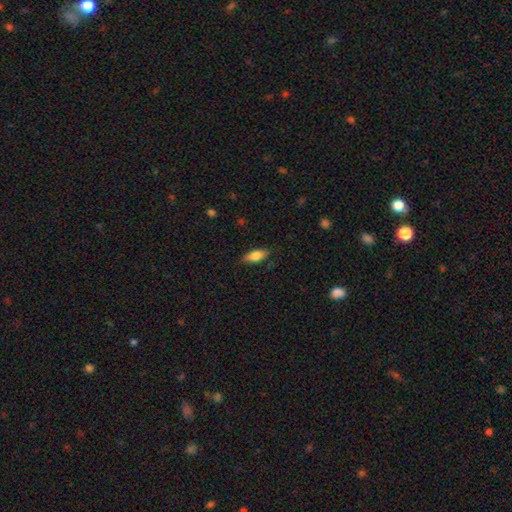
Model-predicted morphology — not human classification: This is likely a smooth galaxy (76%). How rounded: likely in between (74%). Merging: clearly none (83%).